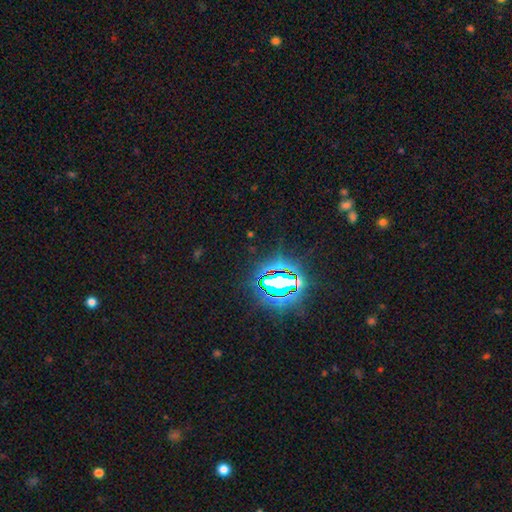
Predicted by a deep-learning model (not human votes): Smooth or featured?
  - star or artifact: 82% *
  - smooth: 10%
  - featured or disk: 8%